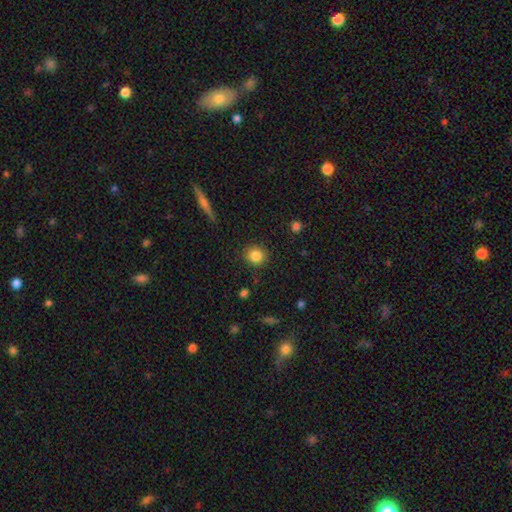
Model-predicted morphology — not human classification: type=smooth (85%); roundness=round (89%); merging=none (89%).